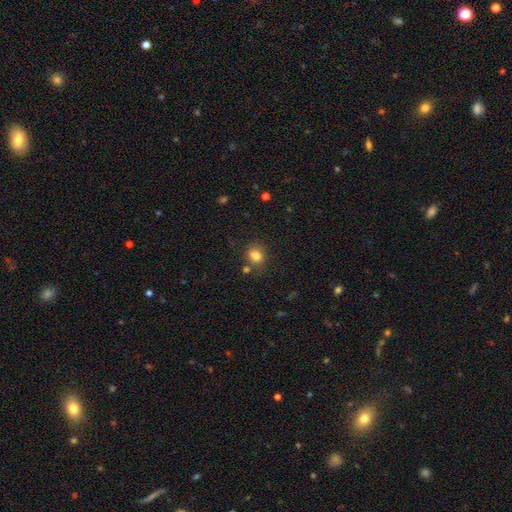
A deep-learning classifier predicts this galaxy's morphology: This is clearly a smooth galaxy (82%). How rounded: possibly round (58%). Merging: likely none (72%).